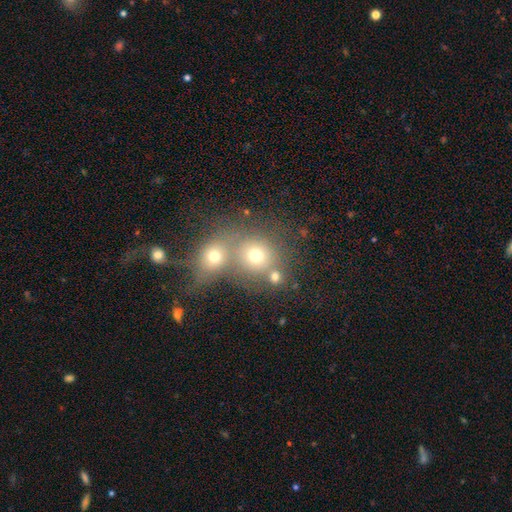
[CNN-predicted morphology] Overall: smooth (66%). How rounded: round (80%). Merging: merger (50%; none 39%).